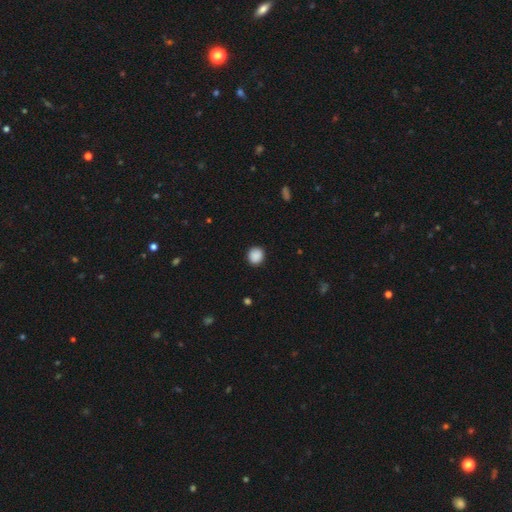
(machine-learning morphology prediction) A smooth galaxy with no disk features (89%) that is round (89%). Merging: none (91%).